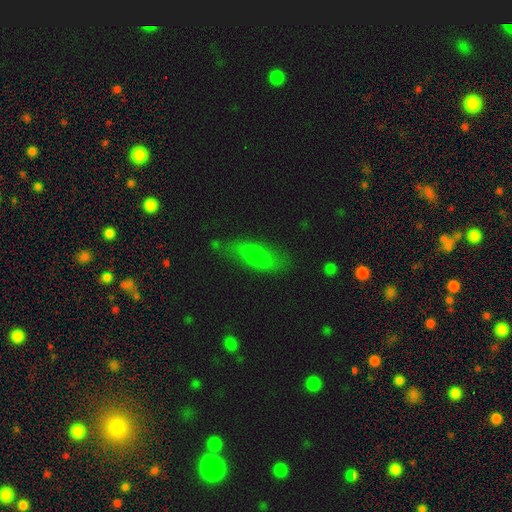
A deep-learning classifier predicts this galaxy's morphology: Smooth or featured: smooth — 66% (featured or disk — 24%)
How rounded: in between — 61% (cigar-shaped — 35%)
Merging: none — 67% (minor disturbance — 22%)